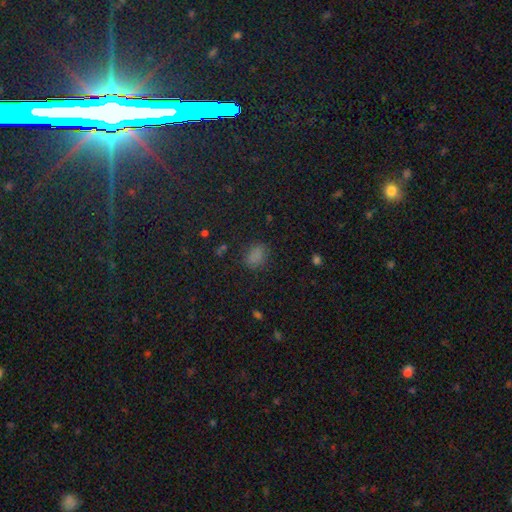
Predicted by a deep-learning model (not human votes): The model was most divided on "how rounded": in between: 73%, round: 26%, cigar-shaped: 2%. More confident: smooth or featured — smooth (77%); merging — none (76%).